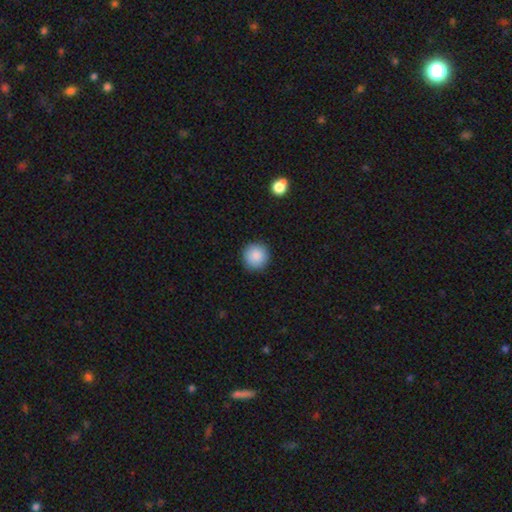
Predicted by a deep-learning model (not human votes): Overall: smooth (88%). How rounded: round (96%). Merging: none (92%).